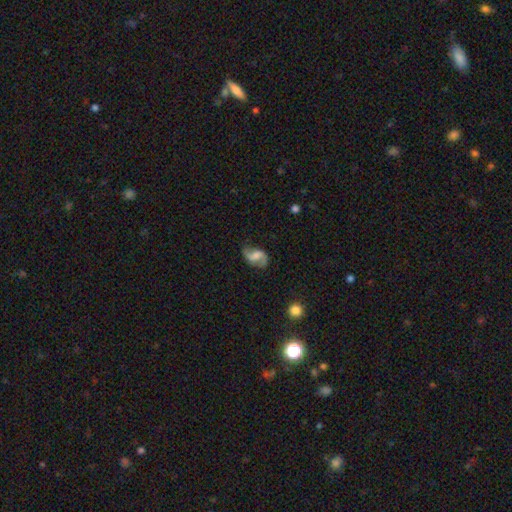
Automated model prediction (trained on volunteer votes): This is clearly a featured or disk galaxy (81%). It is clearly not viewed edge-on (98%). Bar: possibly weak (49%). Spiral arm pattern: clearly yes (95%). Spiral arm count: clearly 2 (92%). Spiral winding: possibly loose (59%). Central bulge: marginally moderate (31%, tied with none). Merging: likely none (74%).